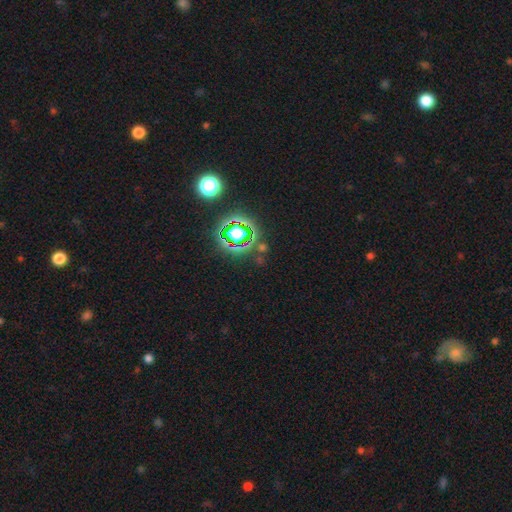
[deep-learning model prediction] Smooth or featured?
  - star or artifact: 76% *
  - smooth: 15%
  - featured or disk: 8%